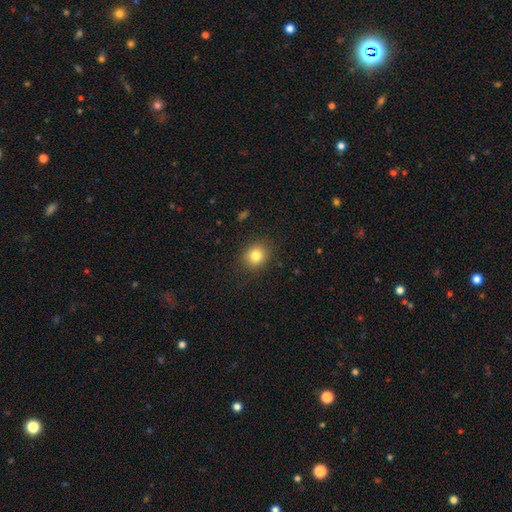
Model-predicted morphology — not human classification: Smooth or featured? smooth (81%)
How rounded? round (71%)
Merging? none (87%)